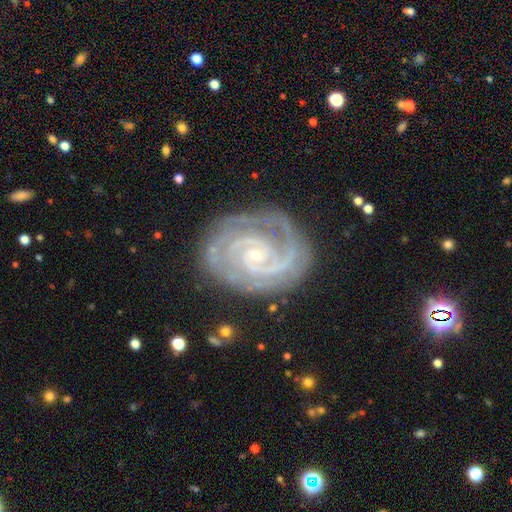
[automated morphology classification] smooth_or_featured: featured or disk (p=0.92) [alt: star or artifact p=0.05]
disk_edge_on: no (p=0.98) [alt: yes p=0.02]
bar: no (p=0.61) [alt: weak p=0.26]
has_spiral_arms: yes (p=0.98) [alt: no p=0.02]
spiral_winding: tight (p=0.74) [alt: medium p=0.23]
spiral_arm_count: 2 (p=0.69) [alt: 3 p=0.14]
bulge_size: small (p=0.83) [alt: moderate p=0.13]
merging: none (p=0.78) [alt: minor disturbance p=0.15]